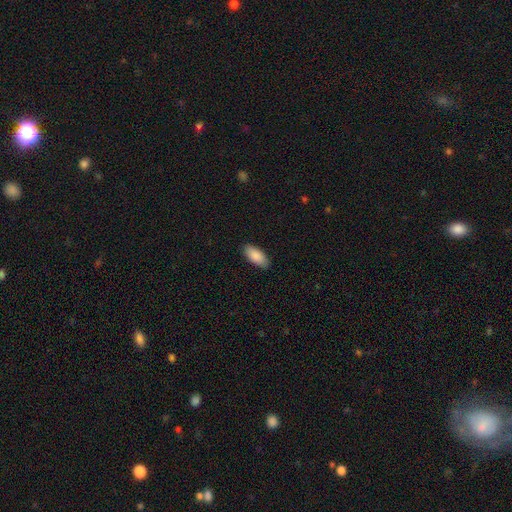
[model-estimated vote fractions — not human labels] Smooth or featured? smooth (90%)
How rounded? in between (90%)
Merging? none (88%)